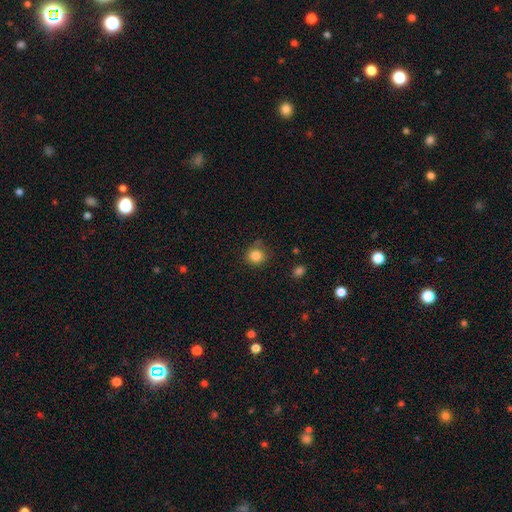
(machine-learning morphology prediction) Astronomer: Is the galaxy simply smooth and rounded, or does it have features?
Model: smooth — 84%.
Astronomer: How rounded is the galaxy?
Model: round — 87%.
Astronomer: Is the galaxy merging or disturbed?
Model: none — 76%.